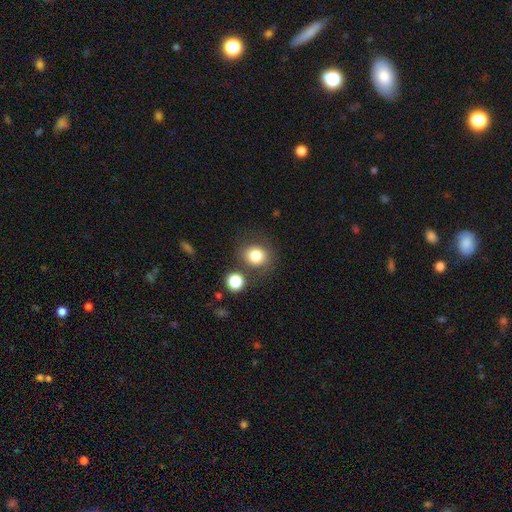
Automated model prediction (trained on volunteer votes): This appears to be a smooth galaxy with no disk features (81%) that is round (72%). Merging: none (73%).